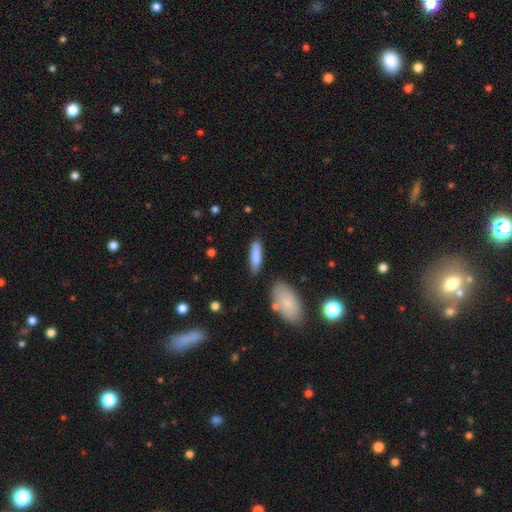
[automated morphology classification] Q: Smooth or featured?
A: smooth (85%); runner-up: featured or disk (9%)
Q: How rounded?
A: cigar-shaped (62%); runner-up: in between (36%)
Q: Merging?
A: none (79%); runner-up: minor disturbance (14%)